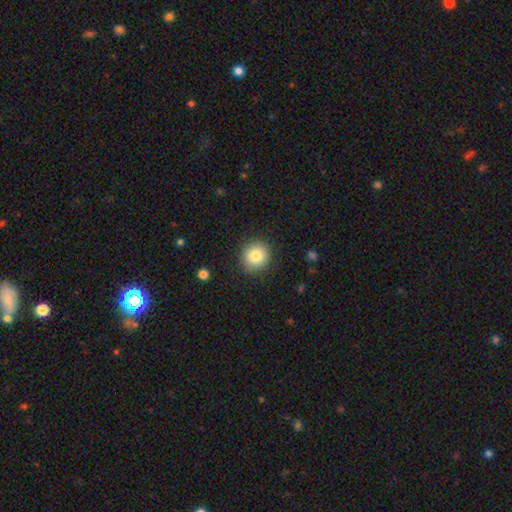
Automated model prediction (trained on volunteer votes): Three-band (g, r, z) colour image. It shows a smooth galaxy with no disk features (82%) that is round (88%). Merging: none (89%).